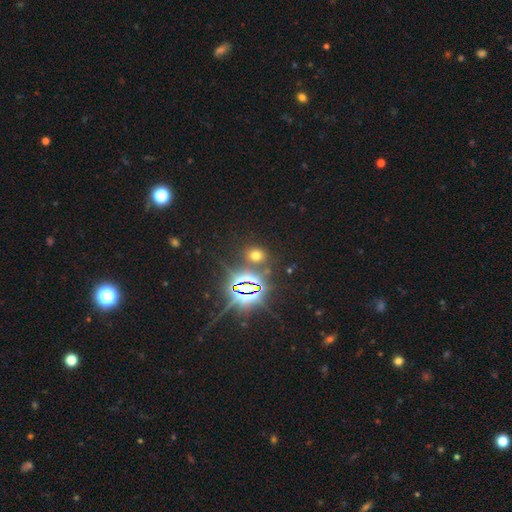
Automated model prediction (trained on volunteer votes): Smooth or featured? Predicted: smooth (p=0.48). Merging? Predicted: none (p=0.81).